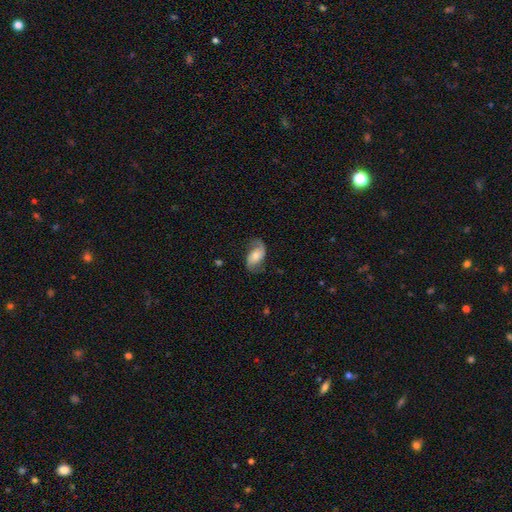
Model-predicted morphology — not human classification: Overall: featured or disk (64%; smooth 29%). Edge-on disk: no (96%). Bar: no (54%; weak 32%). Spiral arms: yes (90%). Spiral arm count: 2 (86%). Spiral winding: loose (55%; medium 33%). Bulge size: moderate (52%; small 35%). Merging: none (68%).